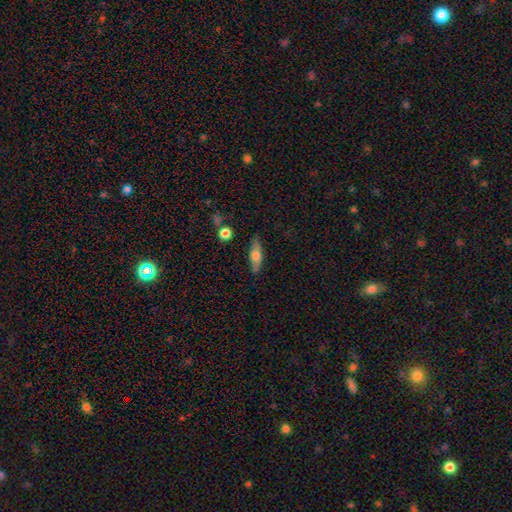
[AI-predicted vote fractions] This appears to be a smooth galaxy with no disk features (53%) that is cigar-shaped (53%). Merging: none (83%).